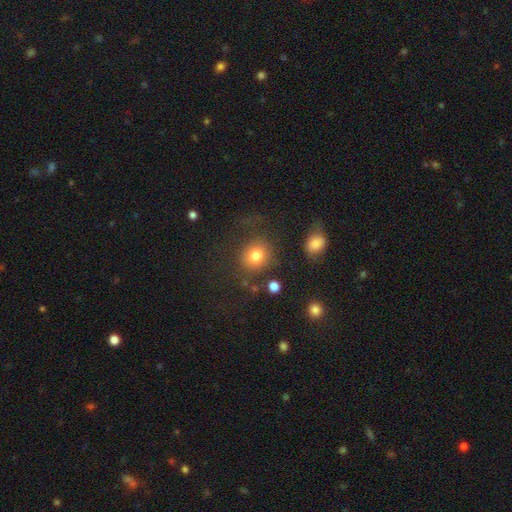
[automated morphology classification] smooth_or_featured: smooth (p=0.79) [alt: star or artifact p=0.12]
how_rounded: round (p=0.75) [alt: in between p=0.24]
merging: none (p=0.70) [alt: minor disturbance p=0.14]